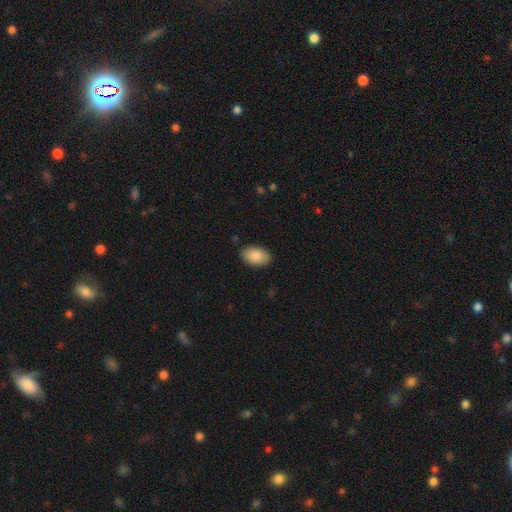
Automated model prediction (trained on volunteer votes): Smooth or featured: smooth — 88% (star or artifact — 6%)
How rounded: in between — 94% (round — 5%)
Merging: none — 87% (minor disturbance — 10%)